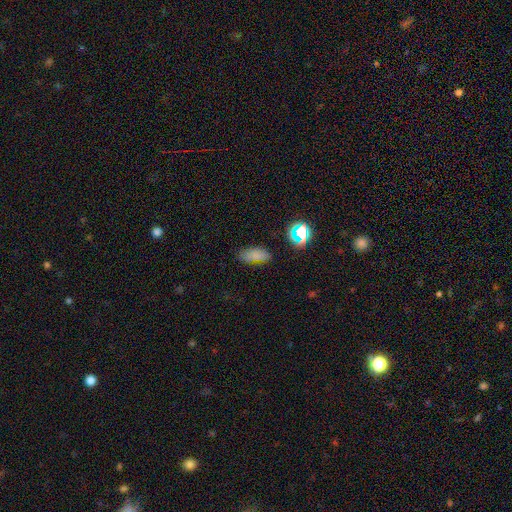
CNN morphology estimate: The model was most divided on "merging": none: 73%, minor disturbance: 18%, major disturbance: 5%, merger: 3%. More confident: how rounded — in between (84%); smooth or featured — smooth (75%).